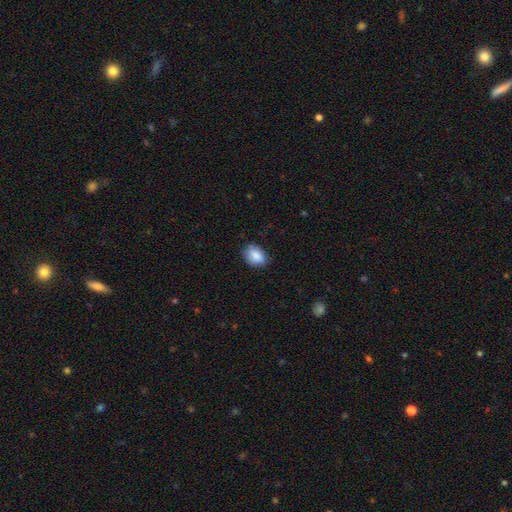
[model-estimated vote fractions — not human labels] Smooth or featured: smooth — 87% (star or artifact — 7%)
How rounded: in between — 79% (round — 19%)
Merging: none — 77% (minor disturbance — 19%)